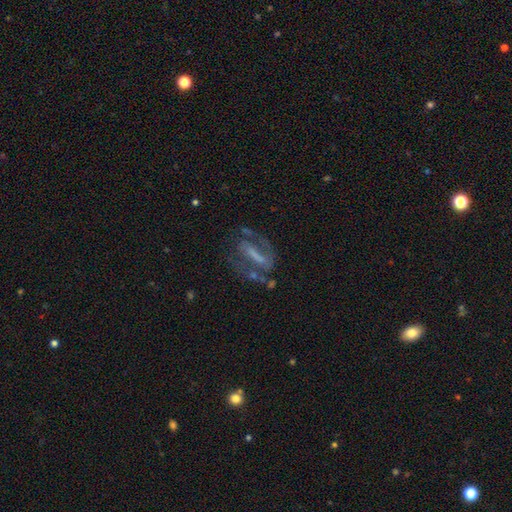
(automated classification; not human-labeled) A featured or disk galaxy (75%) with a strong bar (61%), 2 (76%) medium (48%) spiral arms (76%) and no central bulge (46%). Merging: none (53%).